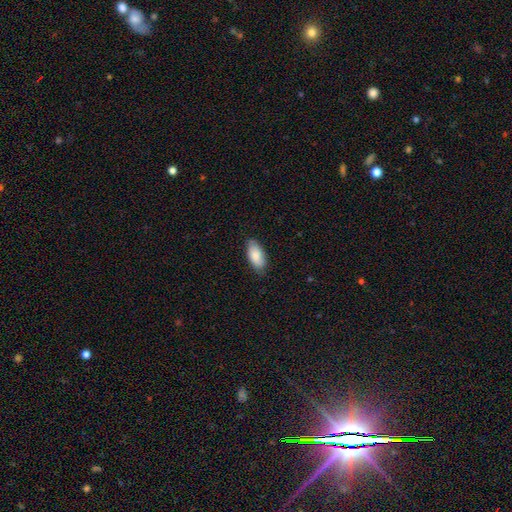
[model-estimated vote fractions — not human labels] Smooth or featured: smooth — 86% (featured or disk — 9%)
How rounded: in between — 91% (cigar-shaped — 7%)
Merging: none — 80% (minor disturbance — 16%)